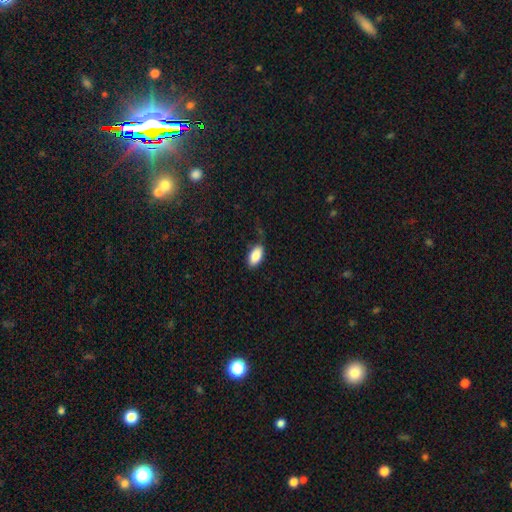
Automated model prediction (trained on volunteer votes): This appears to be a smooth galaxy with no disk features (87%) that is in between round and cigar-shaped (93%). Merging: none (73%).